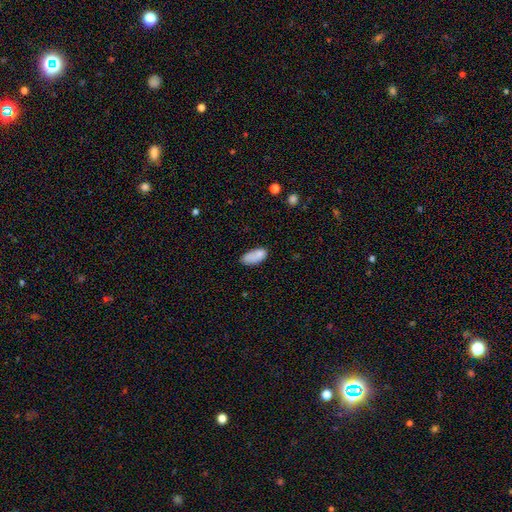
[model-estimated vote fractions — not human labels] This appears to be a smooth galaxy with no disk features (82%) that is in between round and cigar-shaped (91%). Merging: none (58%).